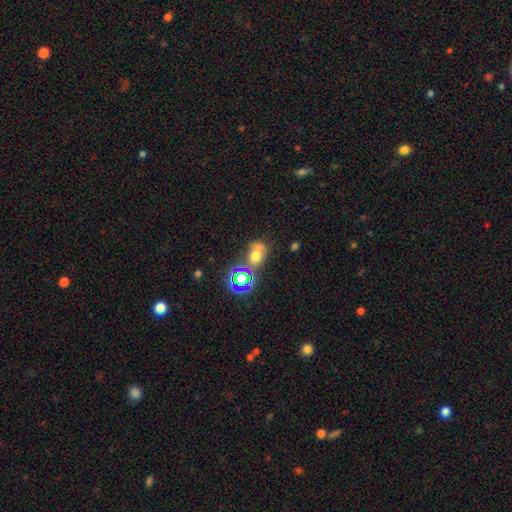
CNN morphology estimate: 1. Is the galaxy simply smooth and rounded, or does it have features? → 56% smooth, 27% star or artifact, 17% featured or disk.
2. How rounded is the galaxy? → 57% in between, 41% round, 2% cigar-shaped.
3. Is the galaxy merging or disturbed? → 44% none, 23% merger, 20% minor disturbance, 13% major disturbance.